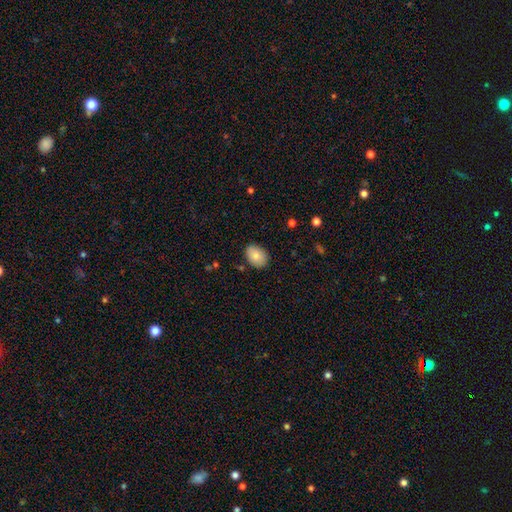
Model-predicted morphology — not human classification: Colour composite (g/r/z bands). It shows a smooth galaxy with no disk features (81%) that is in between round and cigar-shaped (77%). Merging: none (84%).